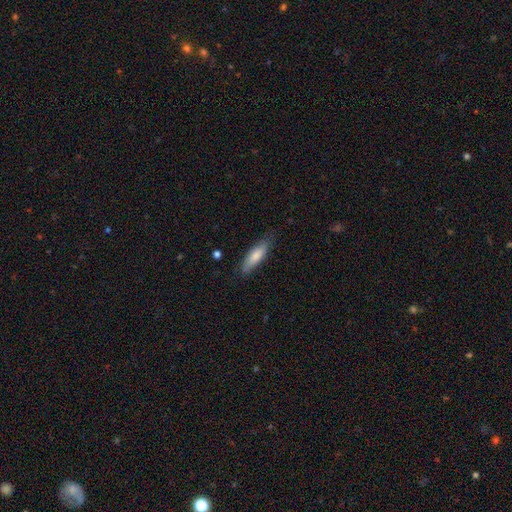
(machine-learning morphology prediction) type=smooth (77%); roundness=cigar-shaped (54%); merging=none (75%).